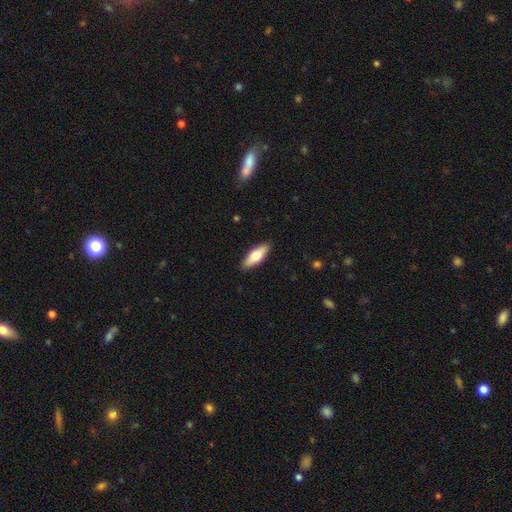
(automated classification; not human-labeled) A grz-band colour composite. It shows a smooth galaxy with no disk features (66%) that is in between round and cigar-shaped (64%). Merging: none (89%).